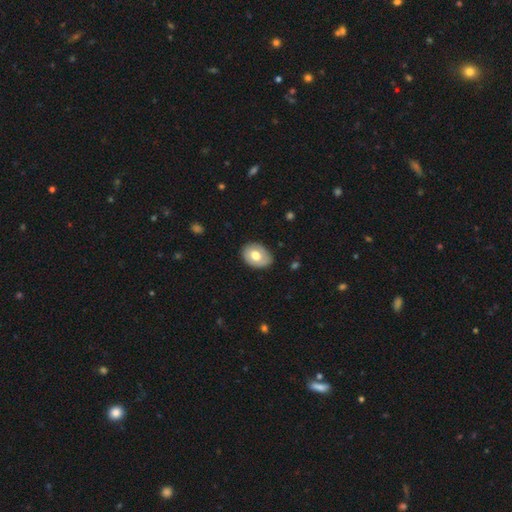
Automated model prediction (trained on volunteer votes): A smooth galaxy with no disk features (61%) that is in between round and cigar-shaped (71%).

Vote fractions:
- Smooth or featured? smooth: 61% / featured or disk: 33% / star or artifact: 6%
- How rounded? in between: 71% / round: 28% / cigar-shaped: 1%
- Merging? none: 80% / minor disturbance: 15% / major disturbance: 3% / merger: 1%